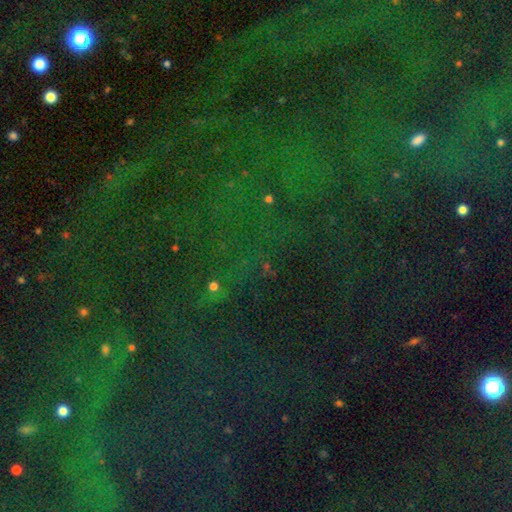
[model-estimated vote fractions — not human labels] Smooth or featured? star or artifact (80%)